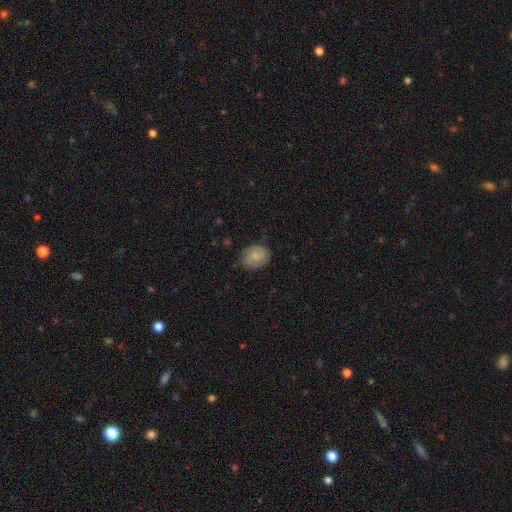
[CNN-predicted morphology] The model was most divided on "smooth or featured": featured or disk: 52%, smooth: 41%, star or artifact: 7%. More confident: edge-on disk — no (98%); spiral arms — yes (89%); merging — none (80%); bar — no (62%); bulge size — small (53%).